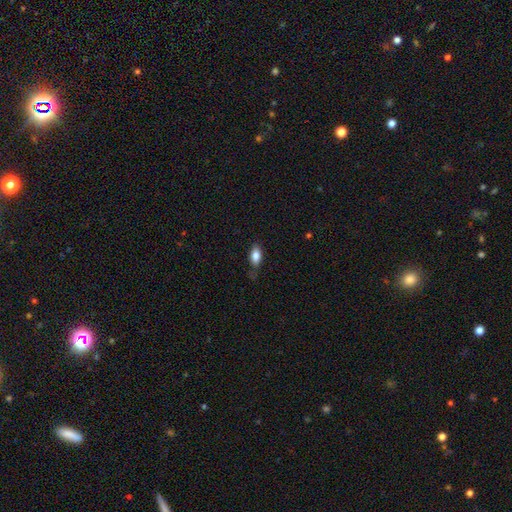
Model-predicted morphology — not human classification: Smooth or featured?
  - smooth: 83% *
  - featured or disk: 10%
  - star or artifact: 7%
How rounded?
  - in between: 88% *
  - cigar-shaped: 8%
  - round: 4%
Merging?
  - none: 68% *
  - minor disturbance: 24%
  - major disturbance: 7%
  - merger: 2%